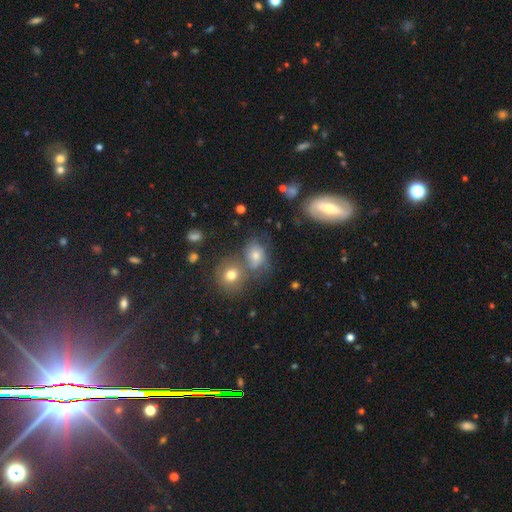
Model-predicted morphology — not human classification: Overall: smooth (60%; featured or disk 24%). How rounded: round (49%, tied with in between). Merging: none (39%; merger 37%).